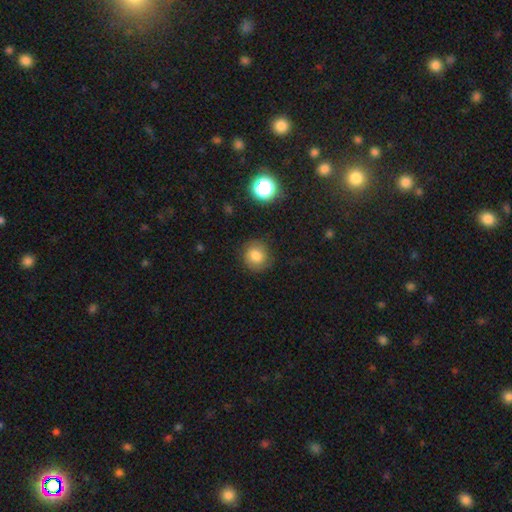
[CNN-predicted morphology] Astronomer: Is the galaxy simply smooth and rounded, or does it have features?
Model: smooth — 72%.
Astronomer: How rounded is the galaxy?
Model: round — 86%.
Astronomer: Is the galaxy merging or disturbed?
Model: none — 81%.